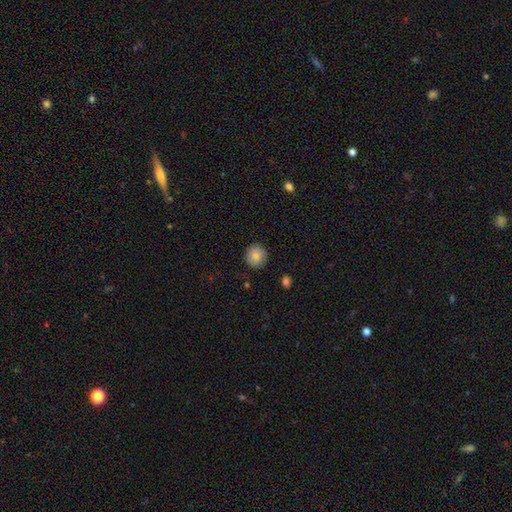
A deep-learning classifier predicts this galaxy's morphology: This is clearly a smooth galaxy (82%). How rounded: clearly round (90%). Merging: clearly none (88%).